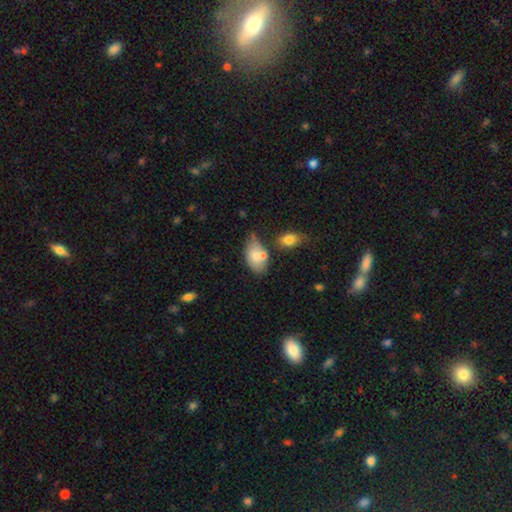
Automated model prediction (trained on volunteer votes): Smooth or featured?
  - smooth: 74% *
  - featured or disk: 19%
  - star or artifact: 7%
How rounded?
  - in between: 91% *
  - round: 8%
  - cigar-shaped: 2%
Merging?
  - none: 48% *
  - merger: 24%
  - minor disturbance: 22%
  - major disturbance: 6%